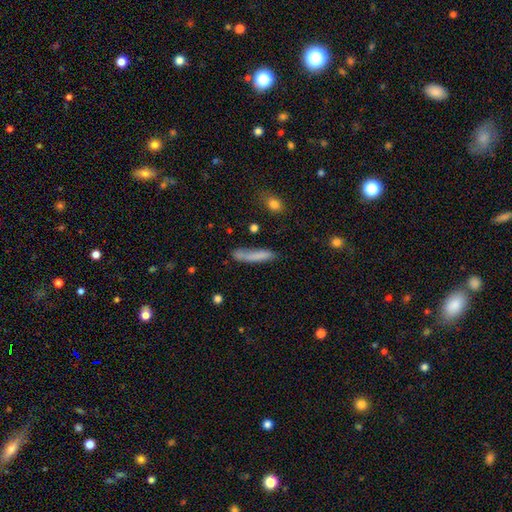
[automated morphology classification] Smooth or featured? smooth (75%)
How rounded? cigar-shaped (88%)
Merging? none (65%)